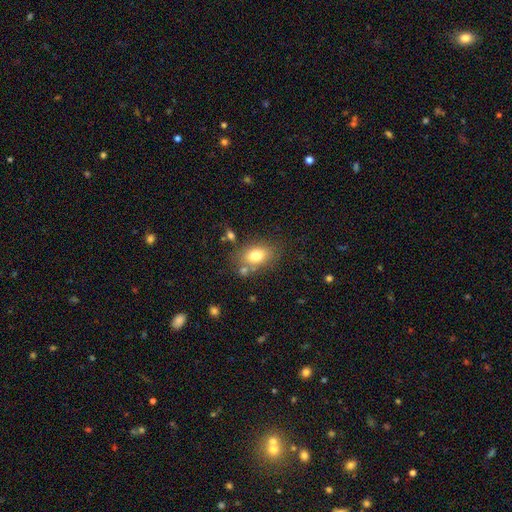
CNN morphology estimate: This is likely a smooth galaxy (77%). How rounded: clearly in between (81%). Merging: likely none (70%).